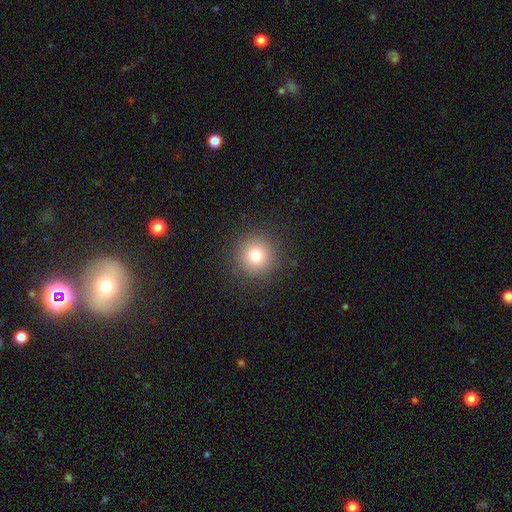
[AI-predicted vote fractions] Morphology: type=smooth (77%); roundness=round (95%); merging=none (91%).